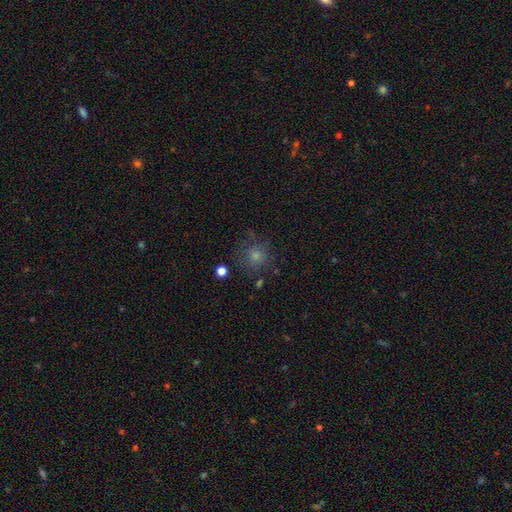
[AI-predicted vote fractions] The model was most divided on "smooth or featured": smooth: 57%, star or artifact: 27%, featured or disk: 16%. More confident: how rounded — round (91%); merging — none (75%).